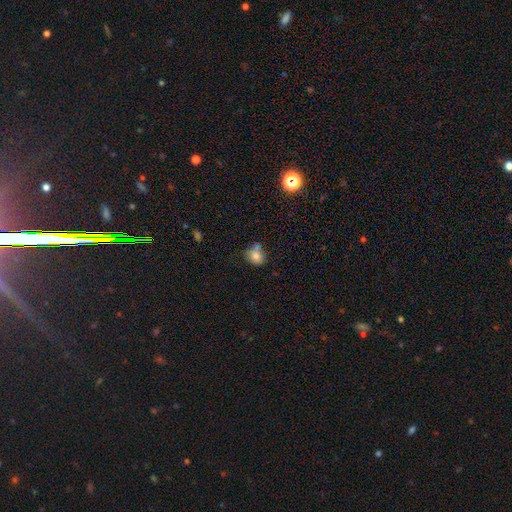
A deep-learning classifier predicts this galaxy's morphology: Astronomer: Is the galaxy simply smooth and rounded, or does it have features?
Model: smooth — 76%.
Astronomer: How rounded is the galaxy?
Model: round — 67%.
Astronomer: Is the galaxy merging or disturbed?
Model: none — 51%.